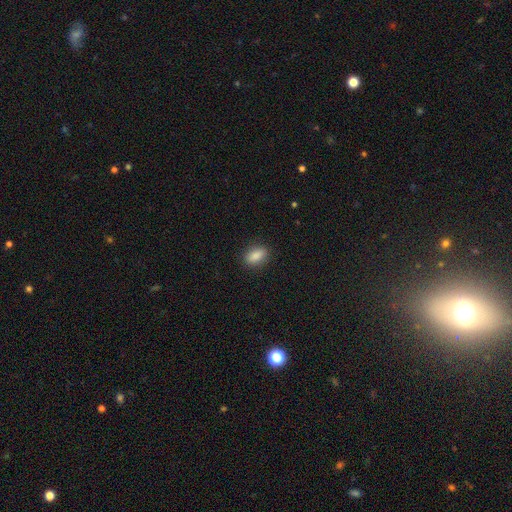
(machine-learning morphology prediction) smooth_or_featured: smooth (p=0.88) [alt: star or artifact p=0.08]
how_rounded: in between (p=0.87) [alt: round p=0.09]
merging: none (p=0.88) [alt: minor disturbance p=0.09]